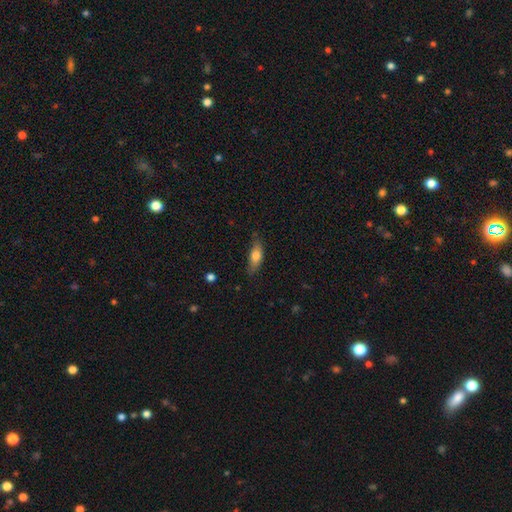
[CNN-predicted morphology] smooth-or-featured: smooth: 71% | featured or disk: 22% | star or artifact: 7%
  how-rounded: in between: 69% | cigar-shaped: 27% | round: 4%
  merging: none: 72% | minor disturbance: 23% | major disturbance: 4% | merger: 2%